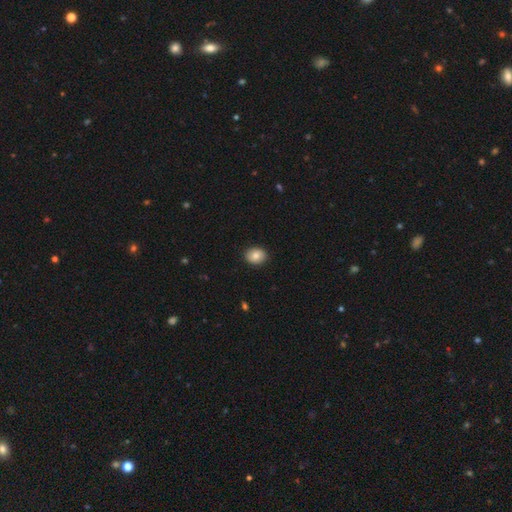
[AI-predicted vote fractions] smooth 83%, featured or disk 9%, star or artifact 8%. Down the decision tree: how rounded — in between (52%); merging — none (90%).